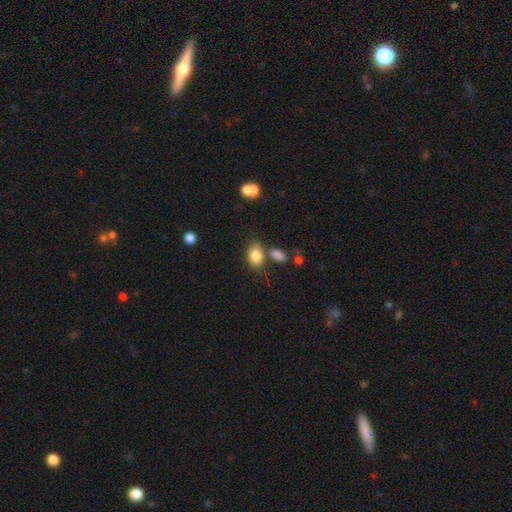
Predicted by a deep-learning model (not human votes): smooth_or_featured: smooth (p=0.82) [alt: featured or disk p=0.09]
how_rounded: in between (p=0.80) [alt: round p=0.18]
merging: none (p=0.59) [alt: merger p=0.18]